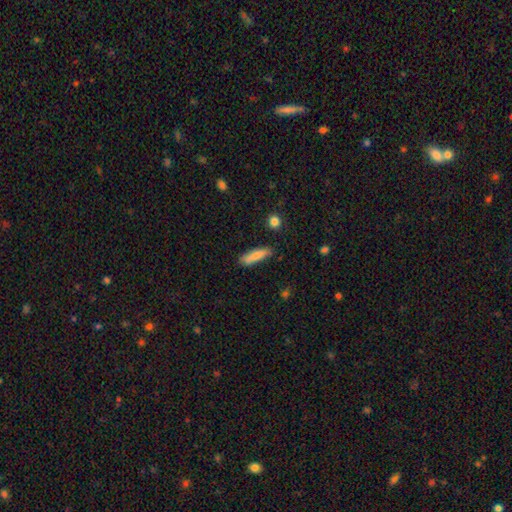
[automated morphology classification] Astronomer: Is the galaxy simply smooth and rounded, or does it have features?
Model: smooth — 81%.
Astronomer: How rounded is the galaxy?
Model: cigar-shaped — 73%.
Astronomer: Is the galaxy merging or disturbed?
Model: none — 79%.